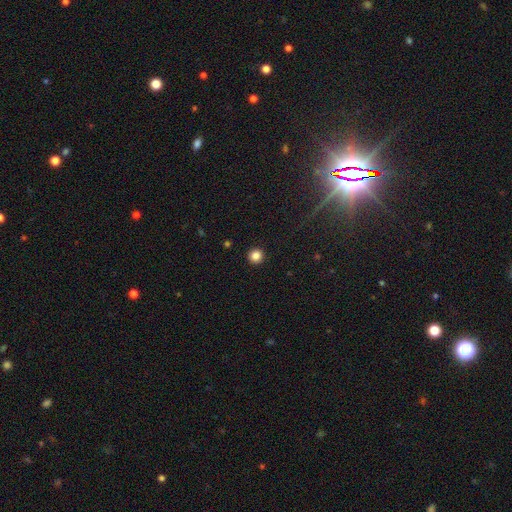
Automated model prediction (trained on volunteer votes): Smooth or featured? Predicted: smooth (p=0.85). How rounded? Predicted: round (p=0.96). Merging? Predicted: none (p=0.94).